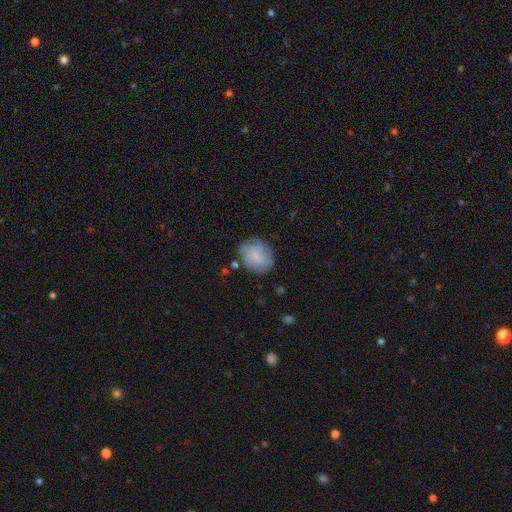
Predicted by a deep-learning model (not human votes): A smooth galaxy with no disk features (51%) that is round (54%). Merging: none (74%).